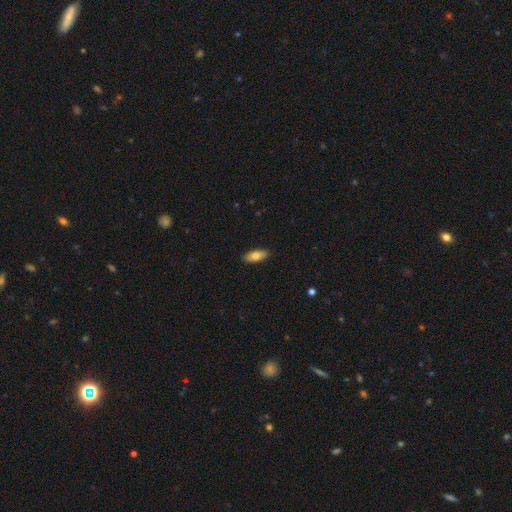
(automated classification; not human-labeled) Smooth or featured: smooth — 77% (featured or disk — 16%)
How rounded: in between — 83% (cigar-shaped — 15%)
Merging: none — 90% (minor disturbance — 8%)